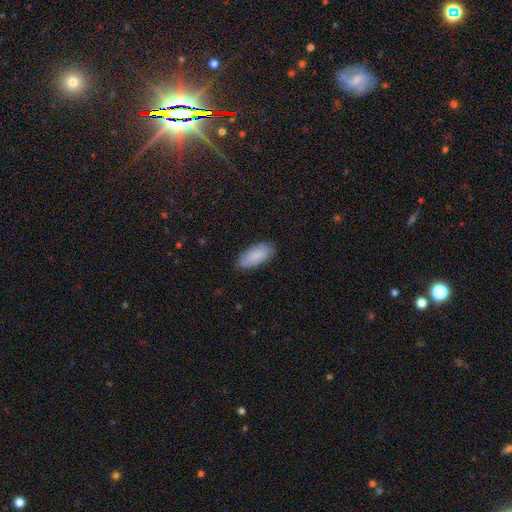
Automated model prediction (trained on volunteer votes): Smooth or featured: smooth — 88% (featured or disk — 7%)
How rounded: in between — 88% (cigar-shaped — 10%)
Merging: none — 83% (minor disturbance — 14%)